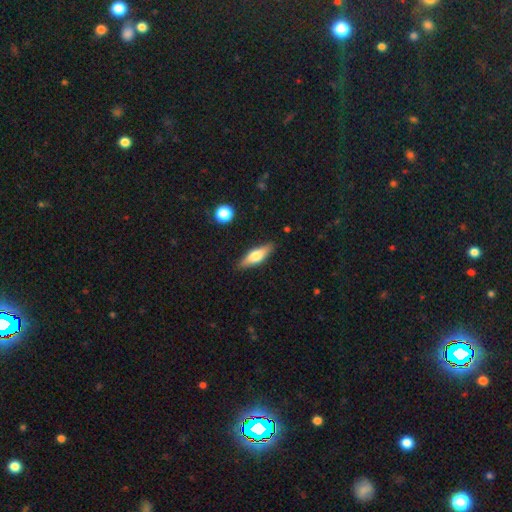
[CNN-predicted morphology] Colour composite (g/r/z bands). It shows a smooth galaxy with no disk features (57%) that is cigar-shaped (50%). Merging: none (86%).